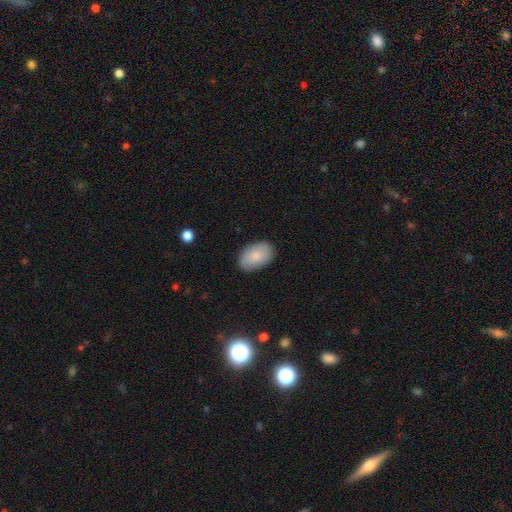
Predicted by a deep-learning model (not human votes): smooth-or-featured: smooth: 84% | featured or disk: 10% | star or artifact: 6%
  how-rounded: in between: 91% | round: 7% | cigar-shaped: 1%
  merging: none: 85% | minor disturbance: 12% | major disturbance: 2% | merger: 1%